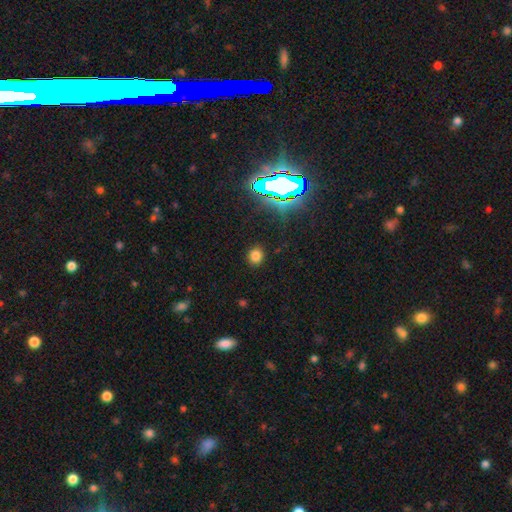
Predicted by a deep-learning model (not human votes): smooth 73%, star or artifact 22%, featured or disk 6%. Down the decision tree: how rounded — round (76%); merging — none (88%).